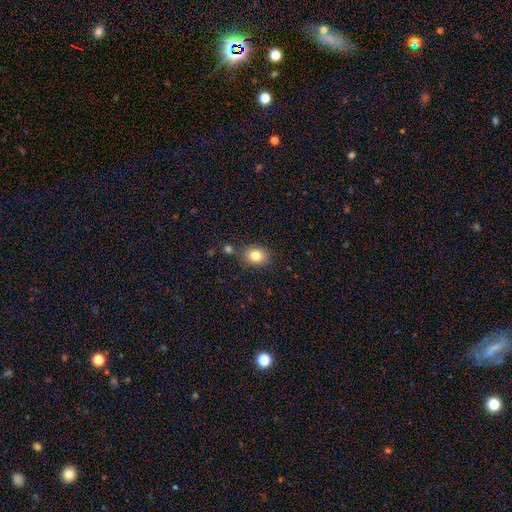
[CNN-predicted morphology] This appears to be a smooth galaxy with no disk features (81%) that is in between round and cigar-shaped (51%). Merging: none (79%).